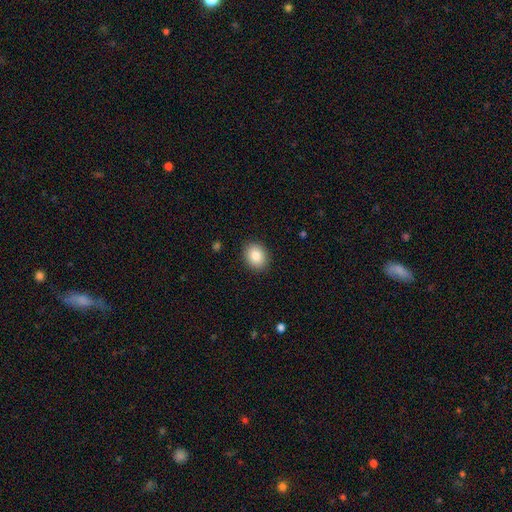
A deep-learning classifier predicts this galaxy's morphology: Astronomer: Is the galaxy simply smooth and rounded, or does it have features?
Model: smooth — 86%.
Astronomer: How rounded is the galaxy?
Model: round — 55% (runner-up: in between, 45%).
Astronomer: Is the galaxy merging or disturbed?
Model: none — 90%.